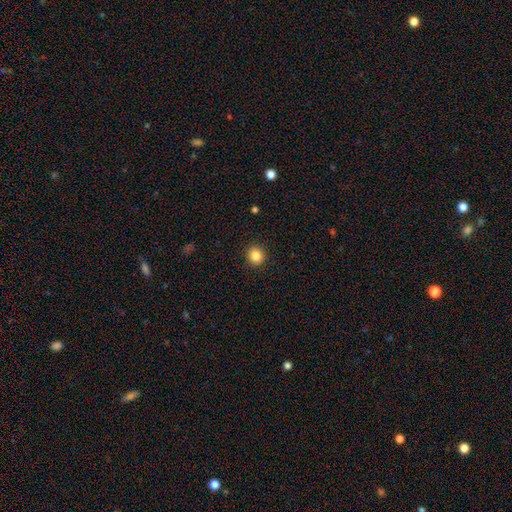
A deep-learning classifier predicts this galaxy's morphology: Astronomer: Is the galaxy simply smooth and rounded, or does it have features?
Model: smooth — 86%.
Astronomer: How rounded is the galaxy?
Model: round — 86%.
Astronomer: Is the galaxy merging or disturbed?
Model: none — 92%.